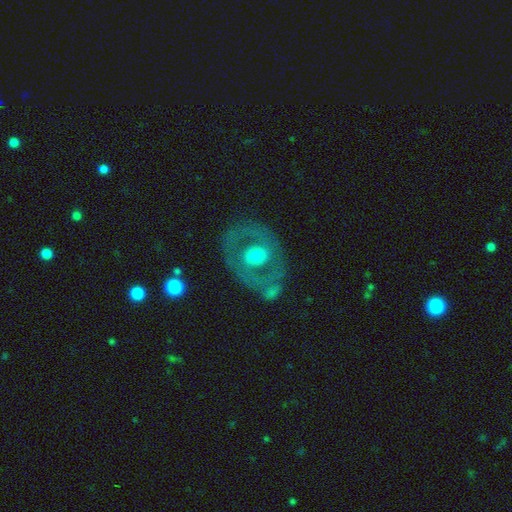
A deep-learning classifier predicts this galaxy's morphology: A featured or disk galaxy (63%) with no bar (70%), spiral arms (51%) and a moderate central bulge (62%). Merging: none (79%).